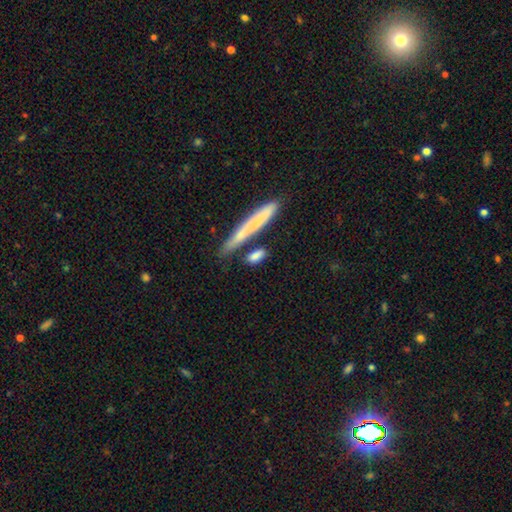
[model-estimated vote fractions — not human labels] Overall: smooth (77%). How rounded: cigar-shaped (59%; in between 35%). Merging: none (66%).